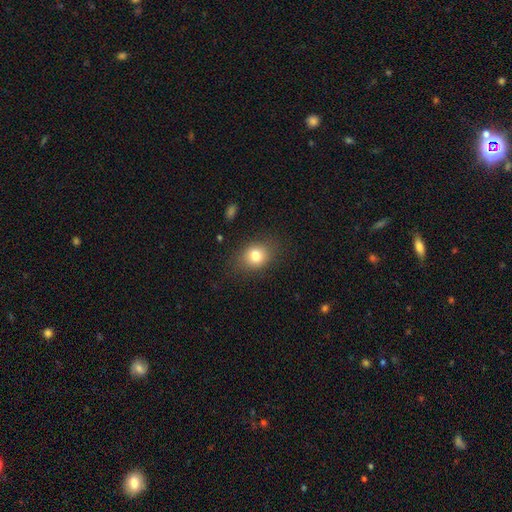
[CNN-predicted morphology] A smooth galaxy with no disk features (79%) that is round (50%).

Vote fractions:
- Smooth or featured? smooth: 79% / star or artifact: 11% / featured or disk: 11%
- How rounded? round: 50% / in between: 49% / cigar-shaped: 1%
- Merging? none: 81% / minor disturbance: 13% / major disturbance: 5% / merger: 1%